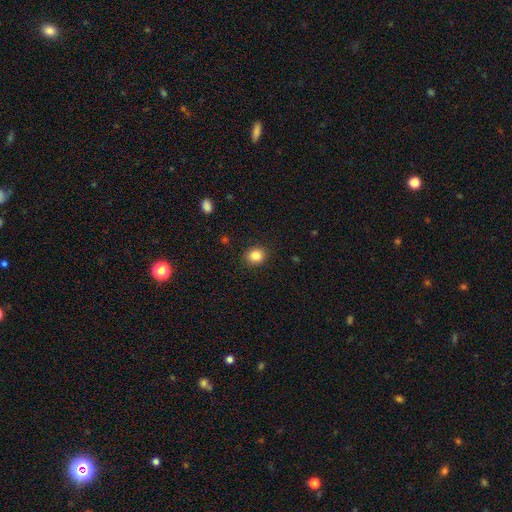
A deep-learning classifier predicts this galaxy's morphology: Smooth or featured?
  - smooth: 85% *
  - star or artifact: 10%
  - featured or disk: 5%
How rounded?
  - round: 72% *
  - in between: 27%
  - cigar-shaped: 1%
Merging?
  - none: 90% *
  - minor disturbance: 7%
  - major disturbance: 2%
  - merger: 1%